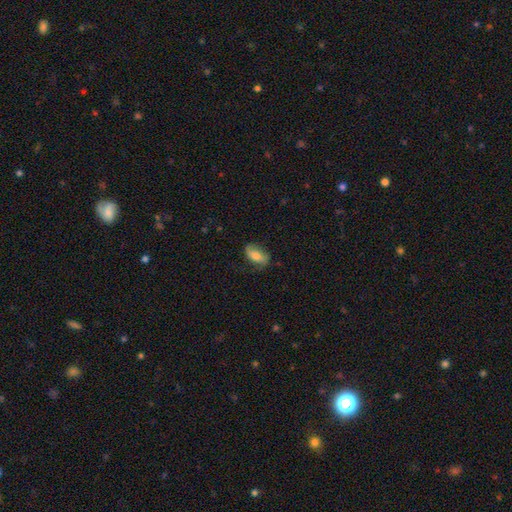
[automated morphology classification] Smooth or featured: smooth — 72% (featured or disk — 21%)
How rounded: in between — 89% (cigar-shaped — 6%)
Merging: none — 64% (minor disturbance — 25%)